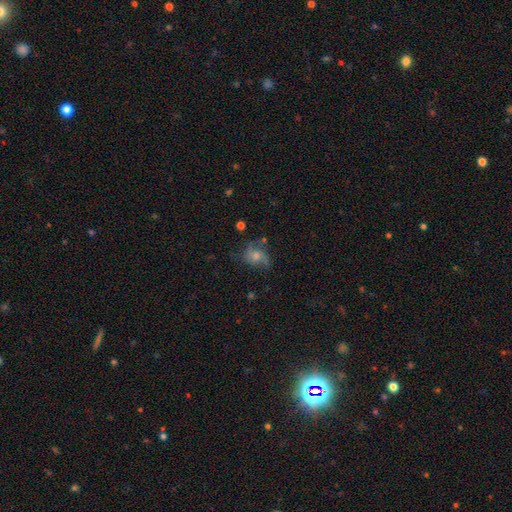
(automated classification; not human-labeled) Smooth or featured: smooth — 48% (featured or disk — 40%)
Merging: none — 47% (minor disturbance — 27%)